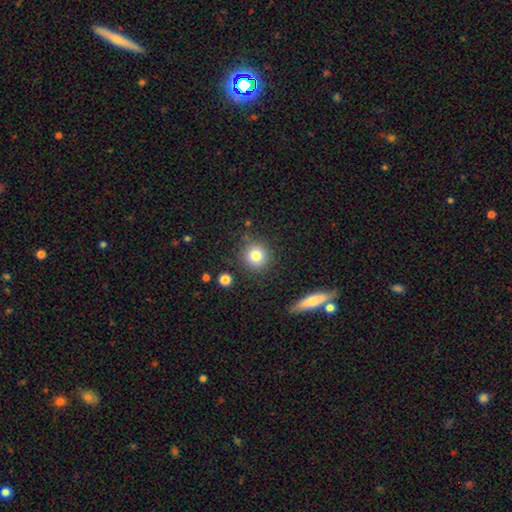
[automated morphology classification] A smooth galaxy with no disk features (81%) that is round (90%).

Vote fractions:
- Smooth or featured? smooth: 81% / star or artifact: 11% / featured or disk: 8%
- How rounded? round: 90% / in between: 9% / cigar-shaped: 1%
- Merging? none: 85% / minor disturbance: 9% / merger: 3% / major disturbance: 3%